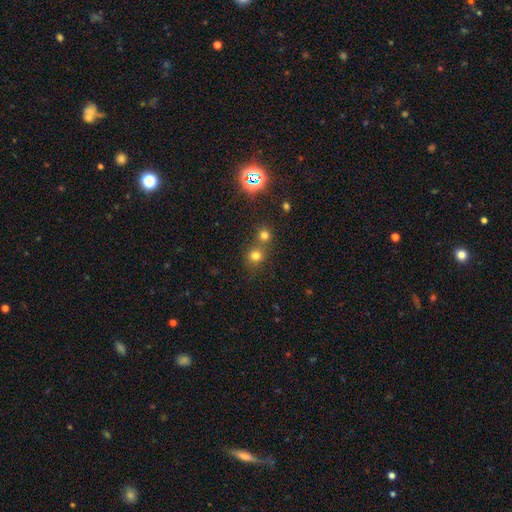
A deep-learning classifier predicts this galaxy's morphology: smooth 71%, star or artifact 21%, featured or disk 8%. Down the decision tree: how rounded — round (86%); merging — none (55%).